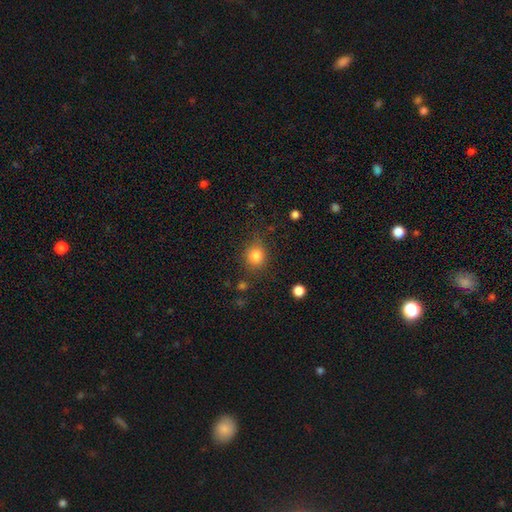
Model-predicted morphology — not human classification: The model was most divided on "how rounded": round: 78%, in between: 21%, cigar-shaped: 1%. More confident: smooth or featured — smooth (83%); merging — none (79%).